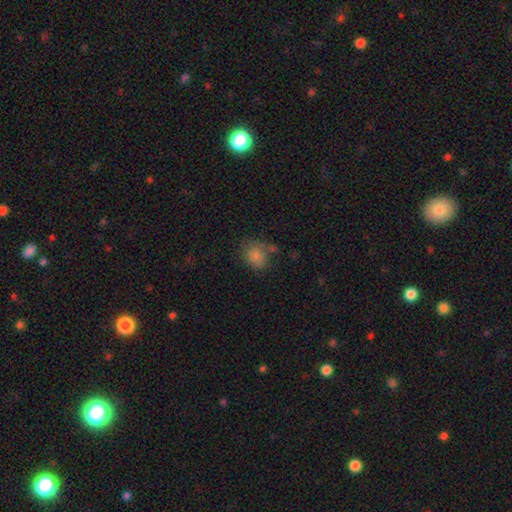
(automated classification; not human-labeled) Morphology: type=smooth (83%); roundness=round (63%); merging=none (59%).